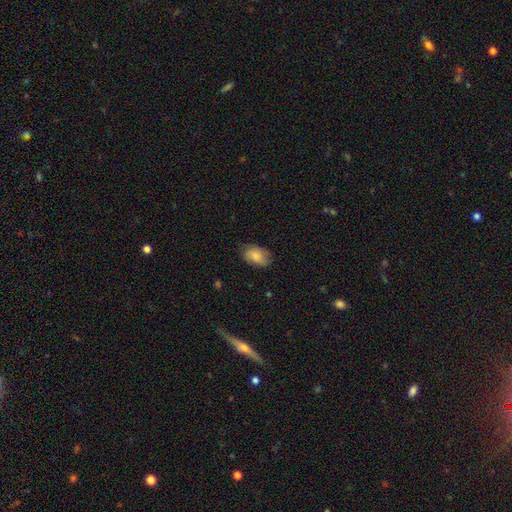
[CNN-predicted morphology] type=smooth (76%); roundness=in between (88%); merging=none (73%).